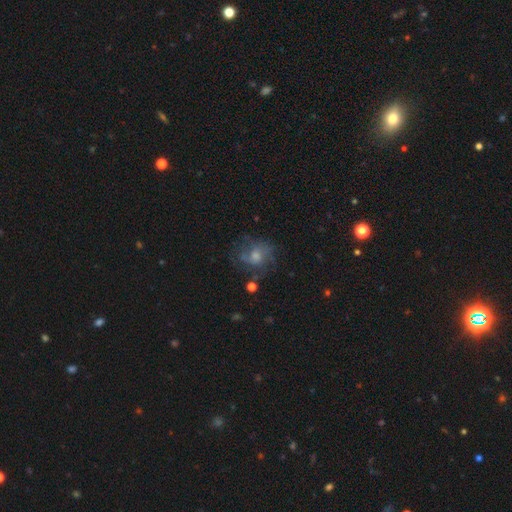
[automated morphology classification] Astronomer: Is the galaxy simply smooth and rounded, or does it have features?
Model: featured or disk — 55%.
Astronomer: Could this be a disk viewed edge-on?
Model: no — 97%.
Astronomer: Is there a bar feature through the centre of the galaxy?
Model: no — 65%.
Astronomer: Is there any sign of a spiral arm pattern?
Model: yes — 81%.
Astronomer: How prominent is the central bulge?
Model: moderate — 50% (runner-up: small, 31%).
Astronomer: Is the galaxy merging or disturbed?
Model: none — 68%.